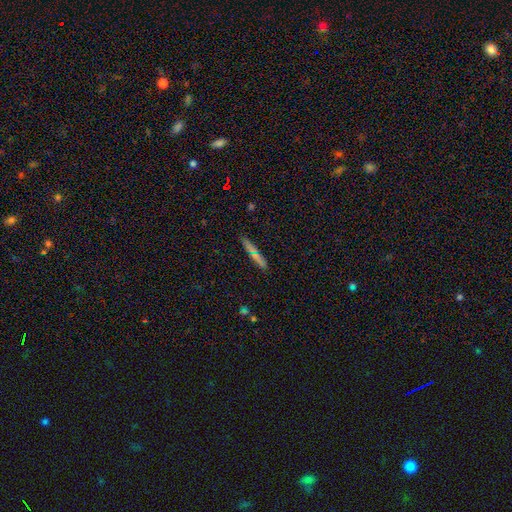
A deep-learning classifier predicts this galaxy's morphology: smooth 63%, featured or disk 26%, star or artifact 10%. Down the decision tree: how rounded — cigar-shaped (93%); merging — none (87%).